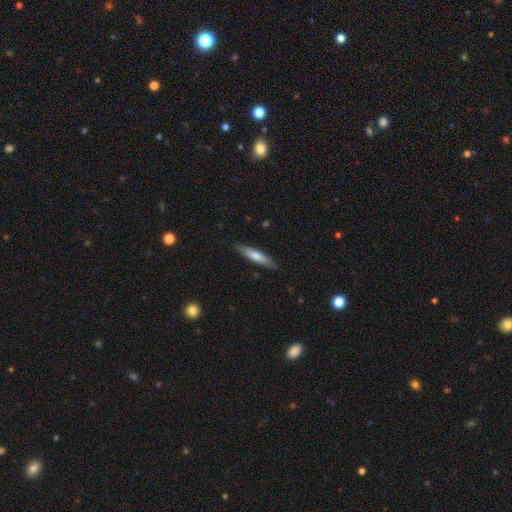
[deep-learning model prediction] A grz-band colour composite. It shows a smooth galaxy with no disk features (62%) that is cigar-shaped (85%). Merging: none (88%).